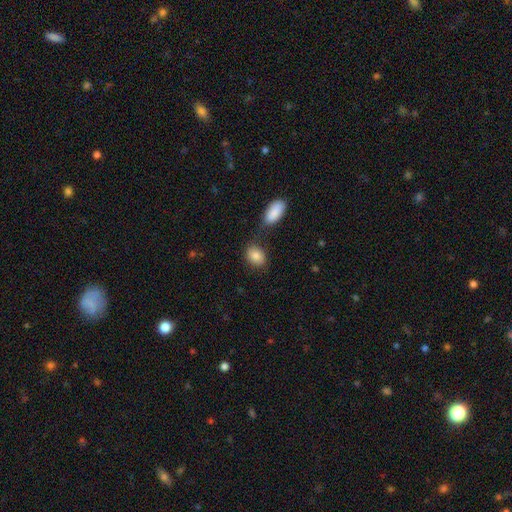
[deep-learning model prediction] smooth_or_featured: smooth (p=0.84) [alt: star or artifact p=0.08]
how_rounded: in between (p=0.70) [alt: round p=0.28]
merging: none (p=0.67) [alt: minor disturbance p=0.15]